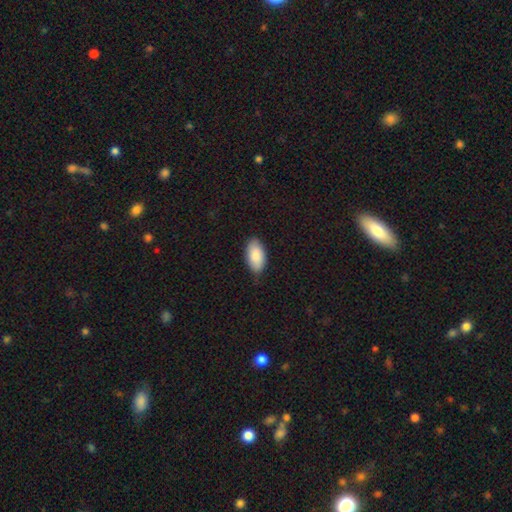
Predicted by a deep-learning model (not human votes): A smooth galaxy with no disk features (87%) that is in between round and cigar-shaped (95%).

Vote fractions:
- Smooth or featured? smooth: 87% / featured or disk: 7% / star or artifact: 6%
- How rounded? in between: 95% / cigar-shaped: 3% / round: 2%
- Merging? none: 82% / minor disturbance: 15% / major disturbance: 2% / merger: 1%